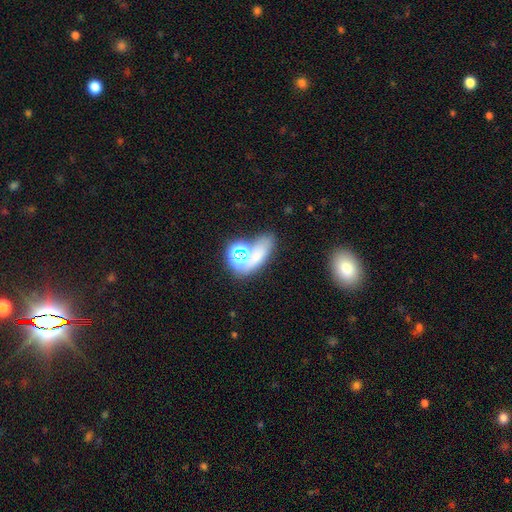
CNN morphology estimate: Q: Smooth or featured?
A: smooth (51%); runner-up: star or artifact (32%)
Q: How rounded?
A: in between (62%); runner-up: round (30%)
Q: Merging?
A: none (48%); runner-up: merger (26%)